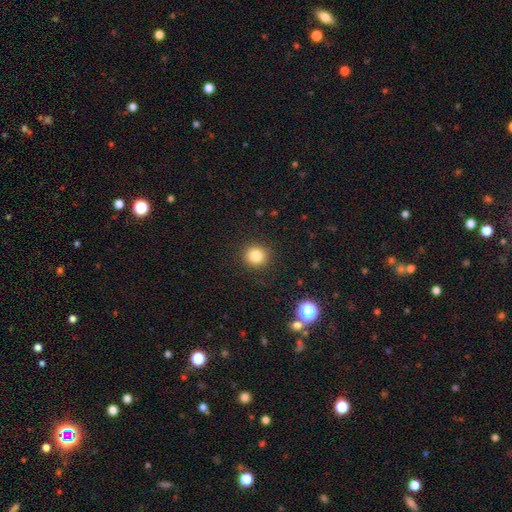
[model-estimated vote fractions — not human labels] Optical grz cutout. It shows a smooth galaxy with no disk features (83%) that is round (91%). Merging: none (90%).